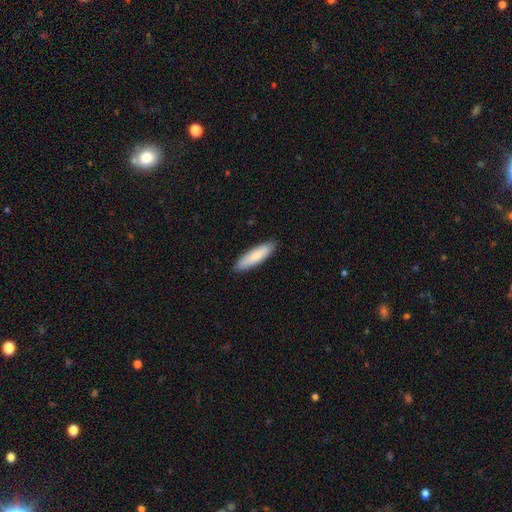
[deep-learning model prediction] The model was most divided on "how rounded": cigar-shaped: 70%, in between: 29%, round: 1%. More confident: merging — none (90%); smooth or featured — smooth (83%).